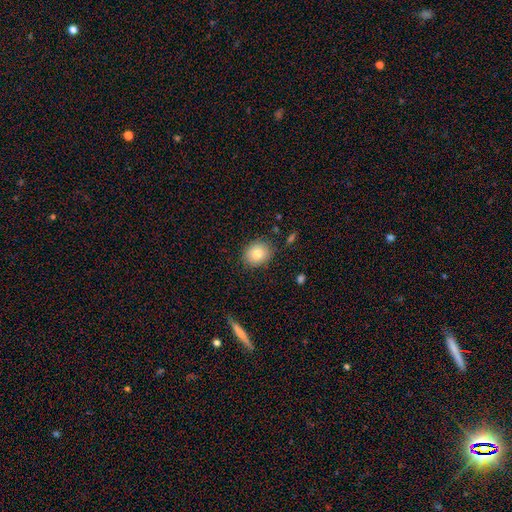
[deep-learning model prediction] Smooth or featured? Predicted: smooth (p=0.81). How rounded? Predicted: round (p=0.65). Merging? Predicted: none (p=0.85).